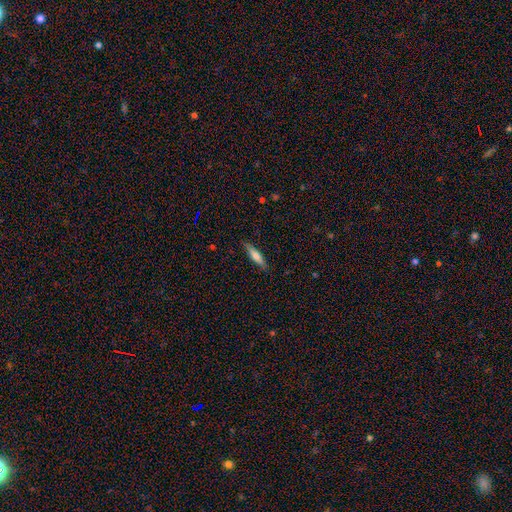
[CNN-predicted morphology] Smooth or featured? Predicted: smooth (p=0.67). How rounded? Predicted: cigar-shaped (p=0.71). Merging? Predicted: none (p=0.85).